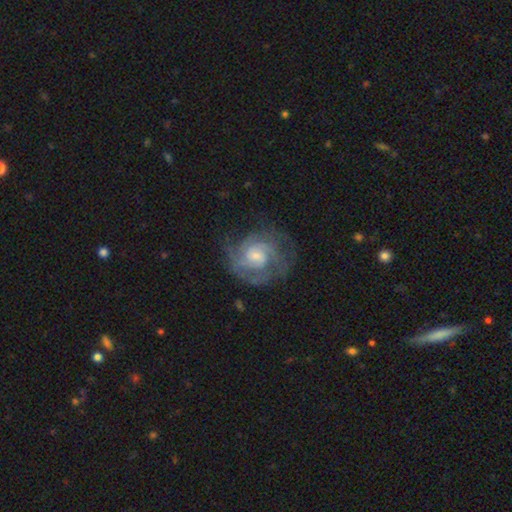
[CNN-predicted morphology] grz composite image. It shows a featured or disk galaxy (81%) with no bar (51%), 2 (32%) tight (52%) spiral arms (92%) and a small central bulge (48%). Merging: none (67%).